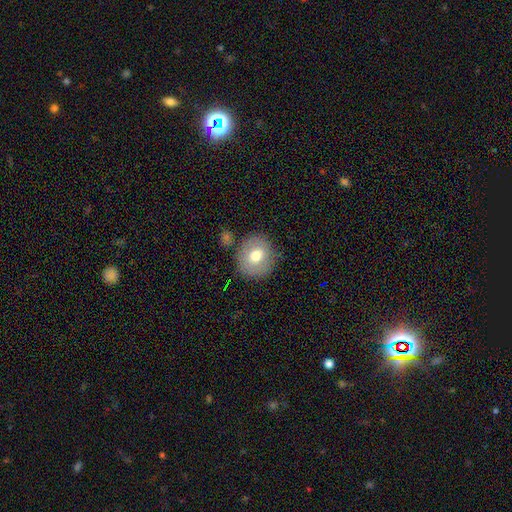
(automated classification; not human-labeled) Overall: smooth (71%). How rounded: round (86%). Merging: none (80%).